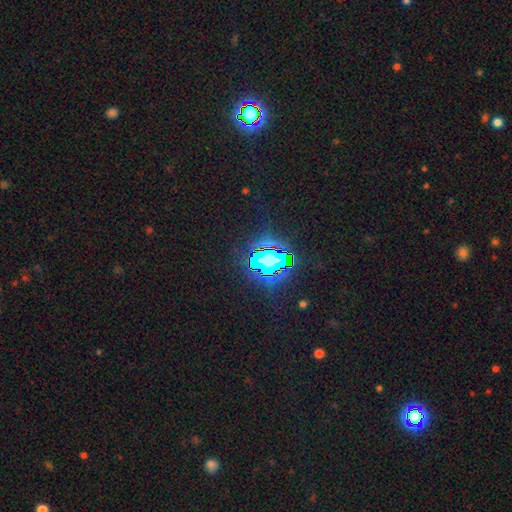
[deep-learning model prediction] Smooth or featured? star or artifact (82%)